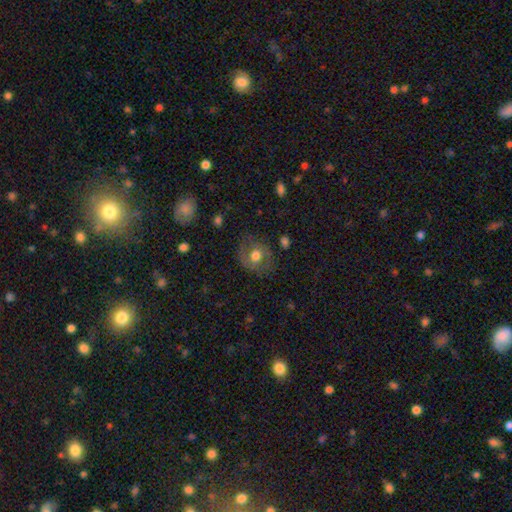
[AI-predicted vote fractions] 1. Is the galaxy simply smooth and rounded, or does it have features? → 54% smooth, 38% featured or disk, 9% star or artifact.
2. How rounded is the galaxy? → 67% round, 32% in between, 1% cigar-shaped.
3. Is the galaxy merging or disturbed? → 74% none, 17% minor disturbance, 8% major disturbance, 1% merger.